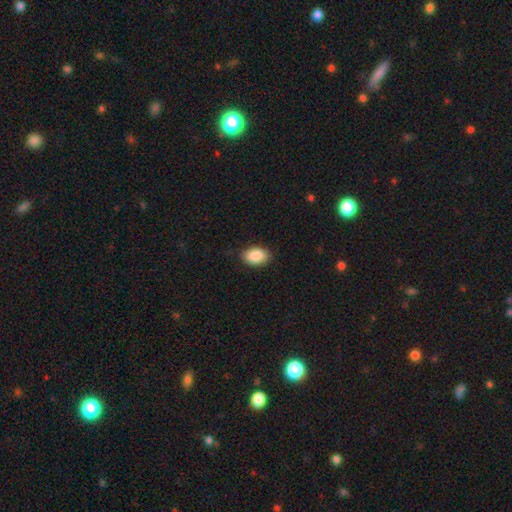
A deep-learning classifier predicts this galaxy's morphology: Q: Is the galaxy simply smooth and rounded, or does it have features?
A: smooth — 90%.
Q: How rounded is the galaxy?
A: in between — 88%.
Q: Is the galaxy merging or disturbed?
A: none — 85%.